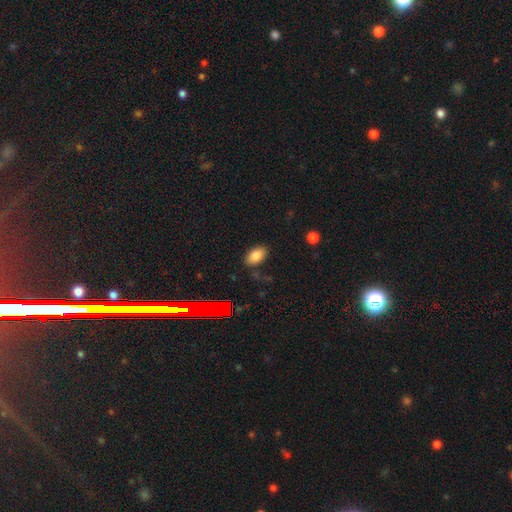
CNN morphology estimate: type=smooth (82%); roundness=in between (91%); merging=none (79%).